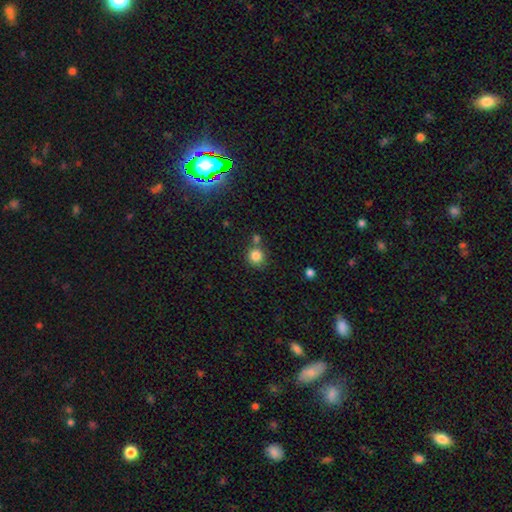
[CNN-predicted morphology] type=smooth (84%); roundness=round (89%); merging=none (68%).